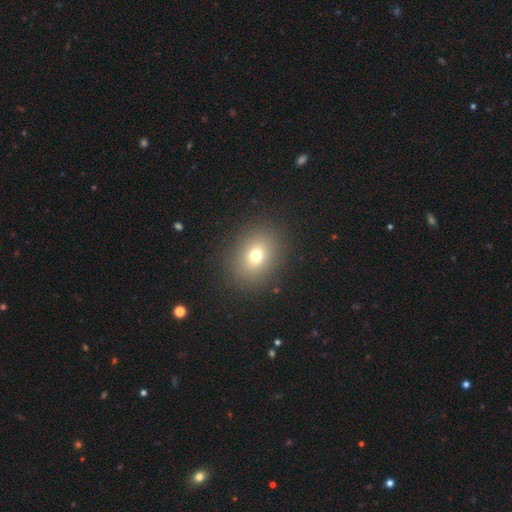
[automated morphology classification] Smooth or featured? Predicted: smooth (p=0.72). How rounded? Predicted: round (p=0.53). Merging? Predicted: none (p=0.88).